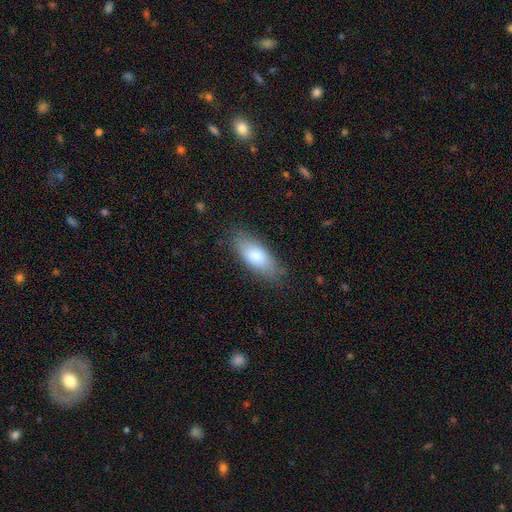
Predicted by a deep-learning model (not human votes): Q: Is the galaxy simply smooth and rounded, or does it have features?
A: smooth — 77%.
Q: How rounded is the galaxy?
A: in between — 76%.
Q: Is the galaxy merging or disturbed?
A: none — 81%.